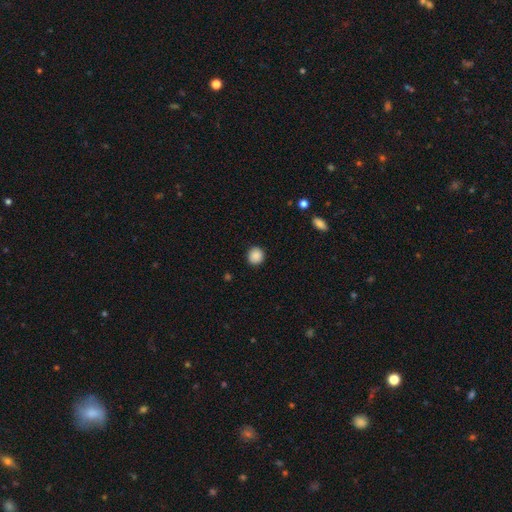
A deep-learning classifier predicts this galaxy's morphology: smooth_or_featured: smooth (p=0.88) [alt: star or artifact p=0.09]
how_rounded: round (p=0.90) [alt: in between p=0.09]
merging: none (p=0.90) [alt: minor disturbance p=0.07]